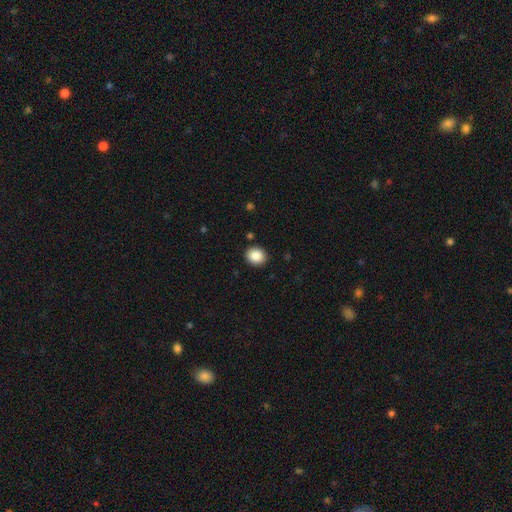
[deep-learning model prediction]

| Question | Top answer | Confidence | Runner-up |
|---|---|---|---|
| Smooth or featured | smooth | 87% | star or artifact (8%) |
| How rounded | round | 71% | in between (28%) |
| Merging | none | 91% | minor disturbance (6%) |